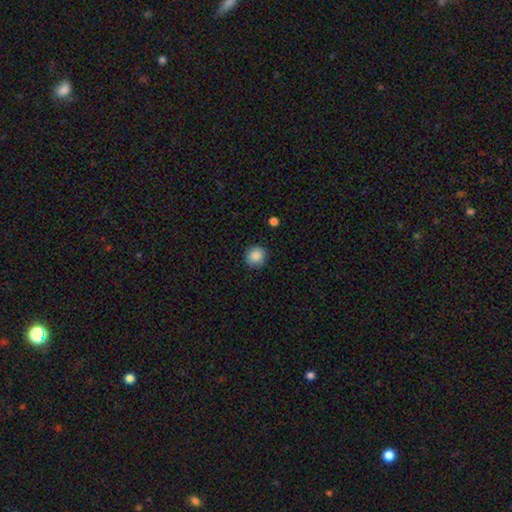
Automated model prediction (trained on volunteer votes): Q: Smooth or featured?
A: smooth (88%); runner-up: star or artifact (9%)
Q: How rounded?
A: round (87%); runner-up: in between (12%)
Q: Merging?
A: none (87%); runner-up: minor disturbance (9%)